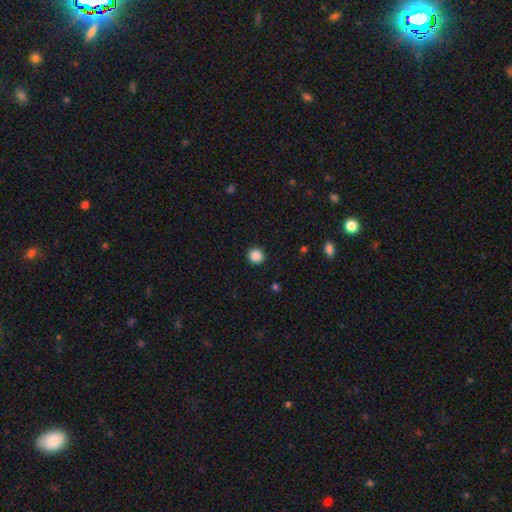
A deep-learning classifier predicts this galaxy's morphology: Overall: smooth (88%). How rounded: round (92%). Merging: none (92%).